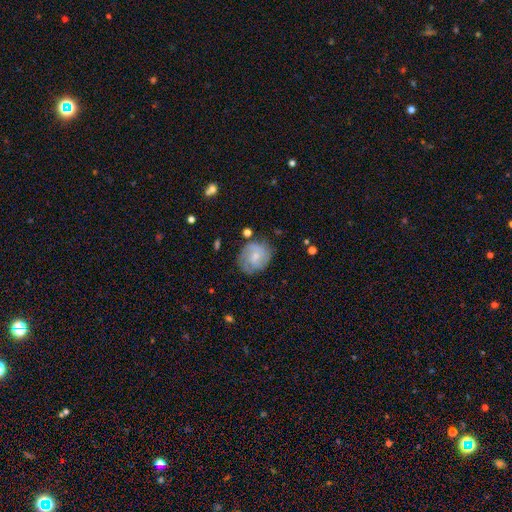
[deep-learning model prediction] featured or disk 49%, smooth 43%, star or artifact 7%. Down the decision tree: merging — none (66%).